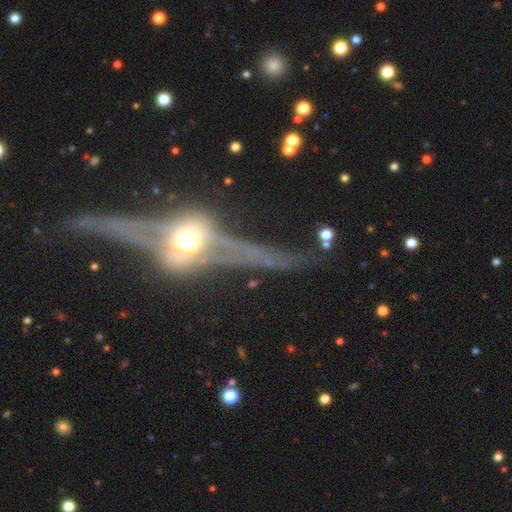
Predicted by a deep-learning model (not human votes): Smooth or featured? Predicted: featured or disk (p=0.85). Edge-on disk? Predicted: yes (p=0.88). Edge-on bulge? Predicted: rounded (p=0.92). Merging? Predicted: none (p=0.70).